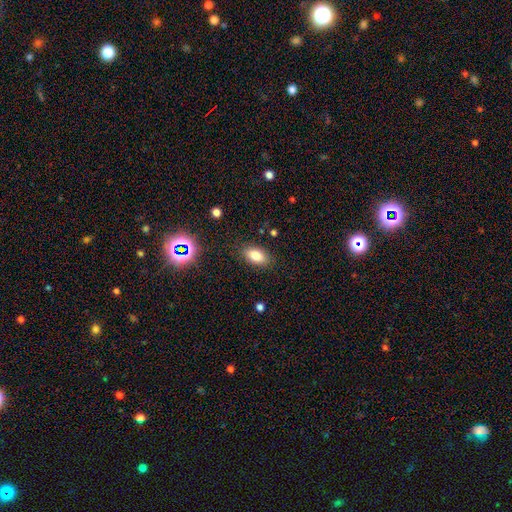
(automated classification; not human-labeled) smooth_or_featured: smooth (p=0.81) [alt: star or artifact p=0.10]
how_rounded: in between (p=0.90) [alt: round p=0.06]
merging: none (p=0.85) [alt: minor disturbance p=0.10]